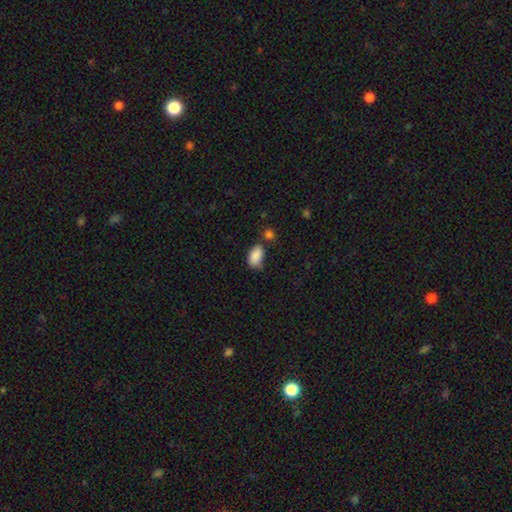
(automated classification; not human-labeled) This is clearly a smooth galaxy (88%). How rounded: clearly in between (93%). Merging: possibly none (57%).